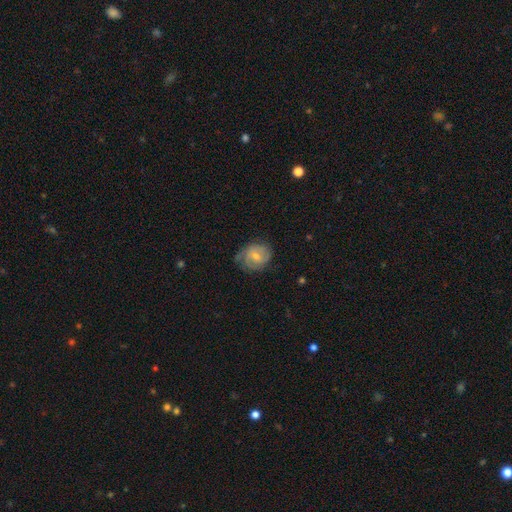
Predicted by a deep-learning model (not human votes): This appears to be a featured or disk galaxy (51%). Merging: none (58%).